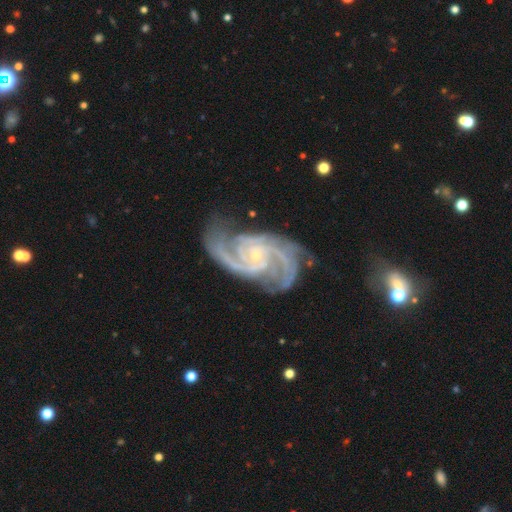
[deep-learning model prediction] smooth-or-featured: featured or disk: 94% | star or artifact: 4% | smooth: 2%
  disk-edge-on: no: 98% | yes: 2%
    bar: no: 66% | weak: 26% | strong: 8%
    has-spiral-arms: yes: 99% | no: 1%
      spiral-winding: medium: 46% (tied) | tight: 46% (tied) | loose: 7%
      spiral-arm-count: 3: 37% | 2: 28% | 4: 13% | can't tell: 9% | more than 4: 7% | 1: 6%
    bulge-size: small: 84% | moderate: 11% | none: 2% | large: 1% | dominant: 1%
  merging: none: 66% | minor disturbance: 21% | major disturbance: 10% | merger: 2%